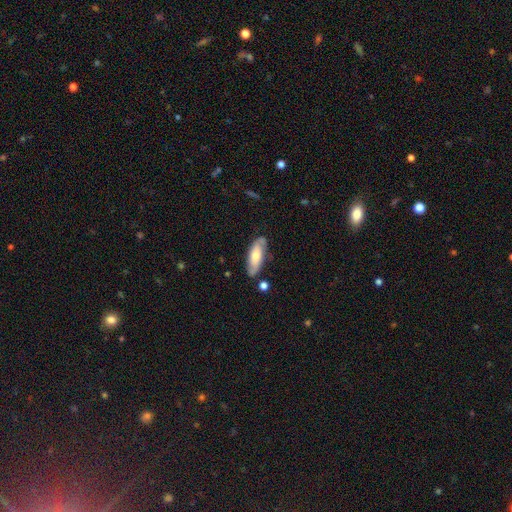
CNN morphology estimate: This is possibly a smooth galaxy (51%). How rounded: likely in between (69%). Merging: likely none (78%).